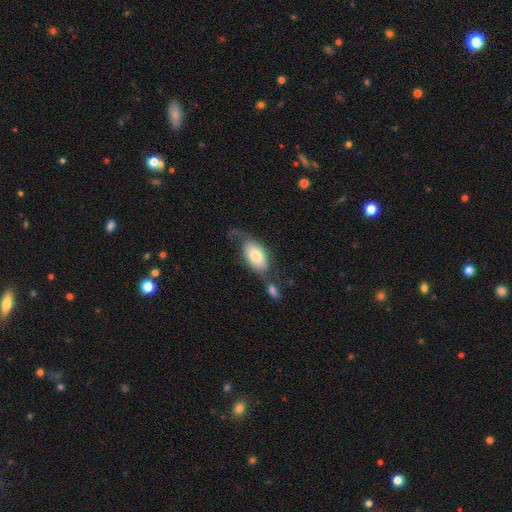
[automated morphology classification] smooth-or-featured: smooth: 74% | featured or disk: 20% | star or artifact: 6%
  how-rounded: in between: 93% | round: 4% | cigar-shaped: 3%
  merging: none: 37% | minor disturbance: 23% | major disturbance: 21% | merger: 19%